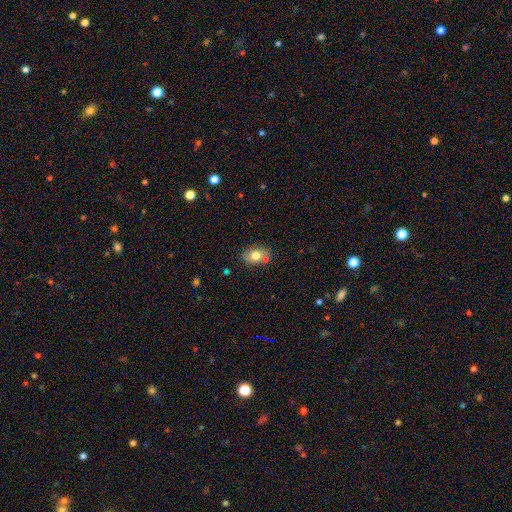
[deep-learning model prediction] Smooth or featured? smooth (72%)
How rounded? in between (78%)
Merging? none (70%)